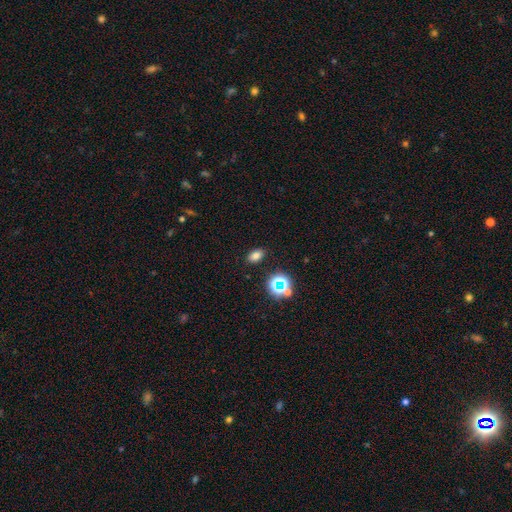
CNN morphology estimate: This is likely a smooth galaxy (75%). How rounded: clearly in between (83%). Merging: clearly none (87%).